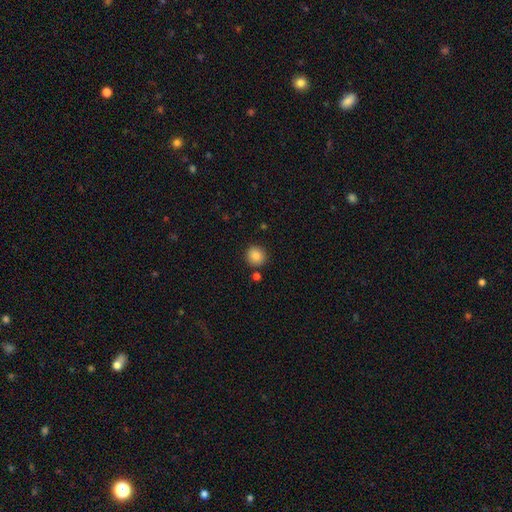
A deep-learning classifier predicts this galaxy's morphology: Overall: smooth (87%). How rounded: round (90%). Merging: none (87%).